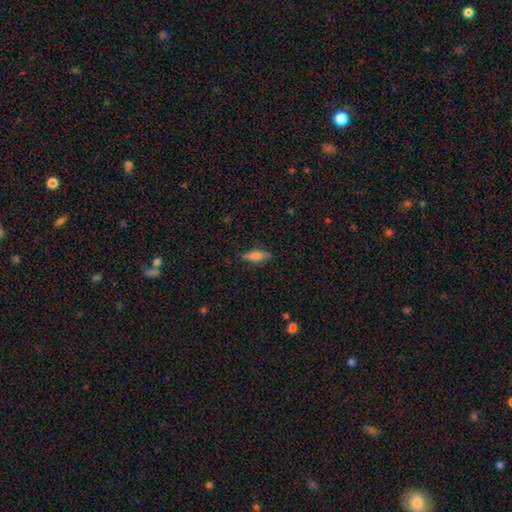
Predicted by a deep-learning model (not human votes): This is likely a smooth galaxy (62%). How rounded: possibly in between (52%). Merging: clearly none (82%).